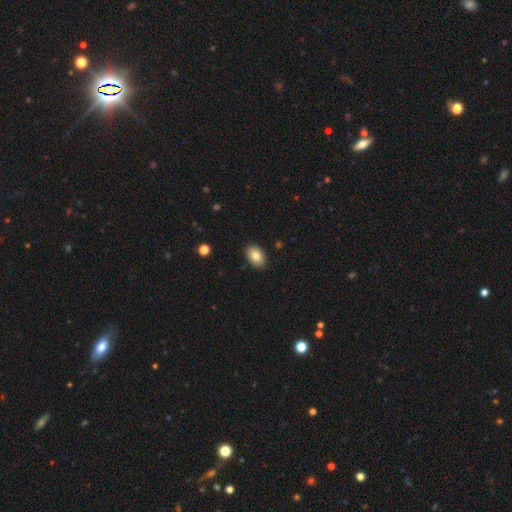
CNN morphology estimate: Smooth or featured? smooth (84%)
How rounded? in between (85%)
Merging? none (89%)